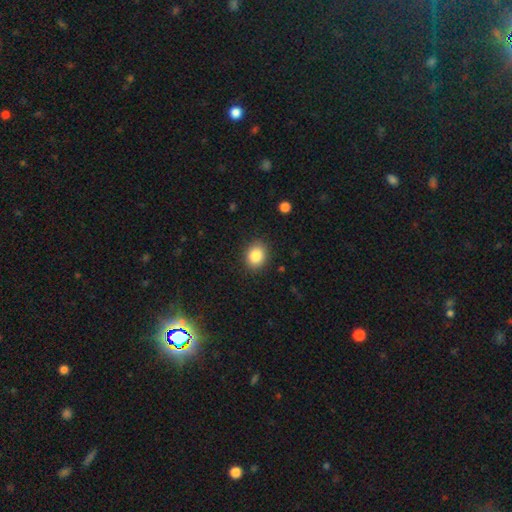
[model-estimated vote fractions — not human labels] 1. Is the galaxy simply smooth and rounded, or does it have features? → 85% smooth, 9% star or artifact, 6% featured or disk.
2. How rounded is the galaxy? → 51% round, 48% in between, 1% cigar-shaped.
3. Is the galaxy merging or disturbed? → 88% none, 9% minor disturbance, 2% major disturbance, 1% merger.